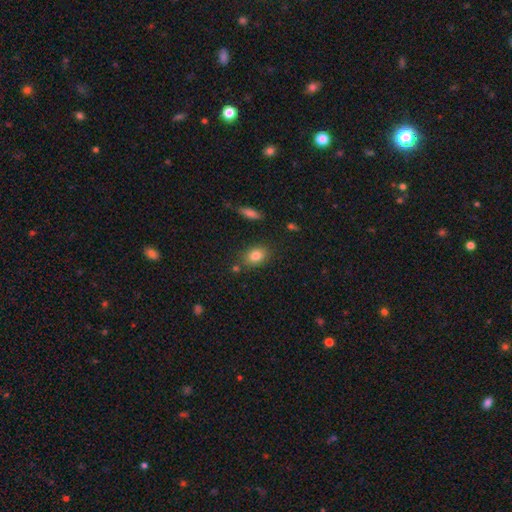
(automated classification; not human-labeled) Smooth or featured: smooth — 82% (star or artifact — 9%)
How rounded: in between — 77% (round — 21%)
Merging: none — 80% (minor disturbance — 12%)